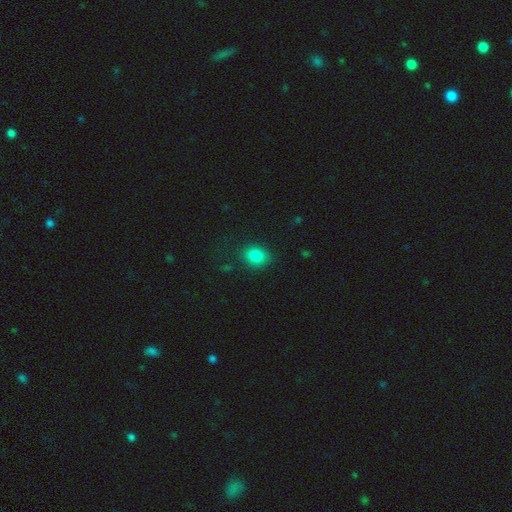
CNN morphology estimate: Q: Smooth or featured?
A: smooth (84%); runner-up: star or artifact (11%)
Q: How rounded?
A: round (55%); runner-up: in between (44%)
Q: Merging?
A: none (82%); runner-up: minor disturbance (12%)